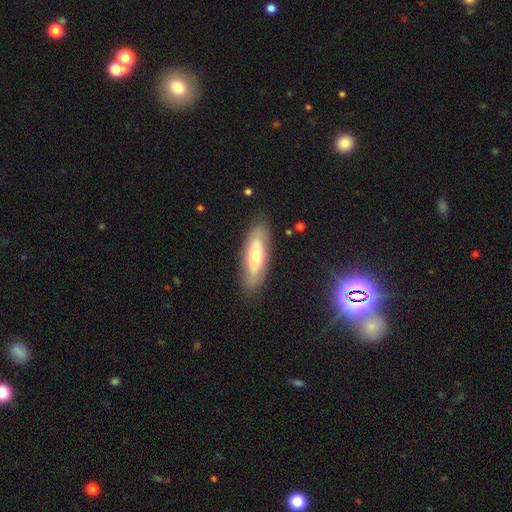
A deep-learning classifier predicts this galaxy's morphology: The model was most divided on "smooth or featured": featured or disk: 47%, smooth: 46%, star or artifact: 7%. More confident: merging — none (83%).